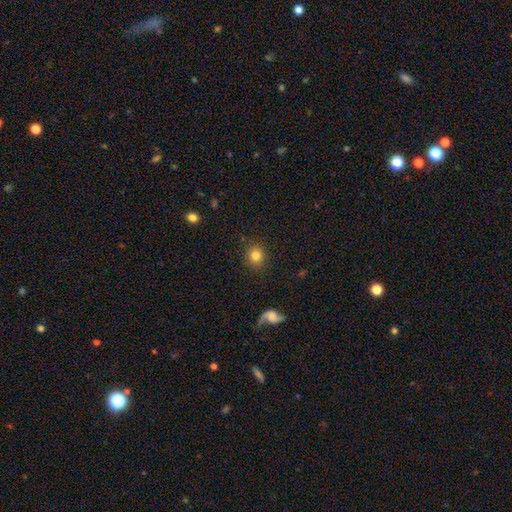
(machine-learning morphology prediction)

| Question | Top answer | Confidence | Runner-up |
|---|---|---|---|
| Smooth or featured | smooth | 82% | star or artifact (10%) |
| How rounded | round | 84% | in between (14%) |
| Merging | none | 89% | minor disturbance (7%) |